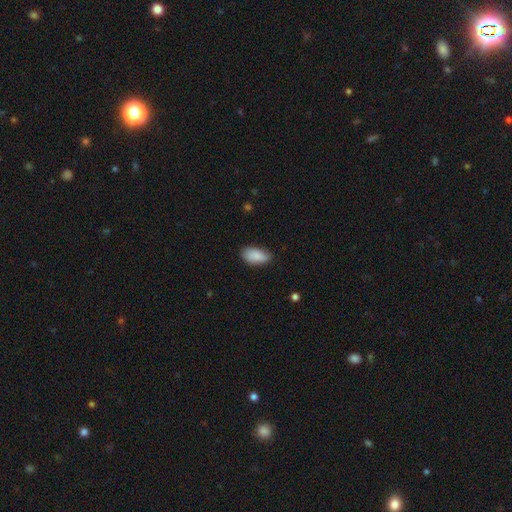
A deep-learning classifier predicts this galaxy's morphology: A smooth galaxy with no disk features (88%) that is in between round and cigar-shaped (93%). Merging: none (77%).